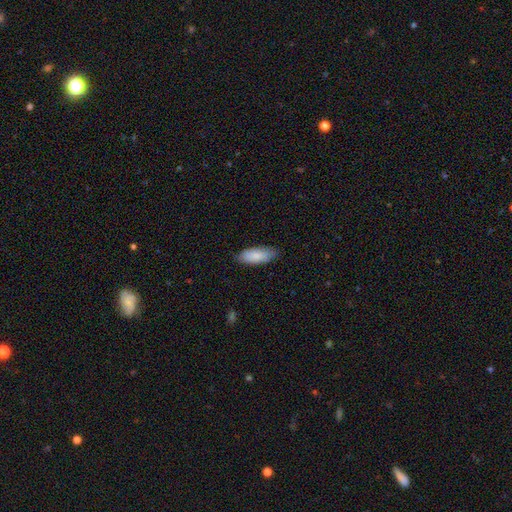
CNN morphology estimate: smooth_or_featured: smooth (p=0.85) [alt: featured or disk p=0.10]
how_rounded: in between (p=0.79) [alt: cigar-shaped p=0.20]
merging: none (p=0.82) [alt: minor disturbance p=0.15]